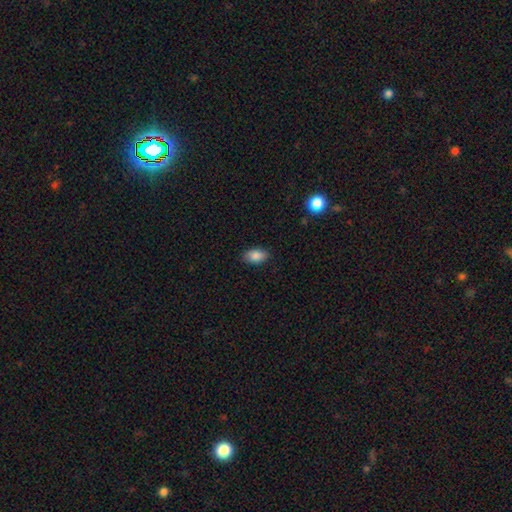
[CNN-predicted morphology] smooth_or_featured: smooth (p=0.87) [alt: star or artifact p=0.08]
how_rounded: in between (p=0.92) [alt: round p=0.06]
merging: none (p=0.86) [alt: minor disturbance p=0.10]